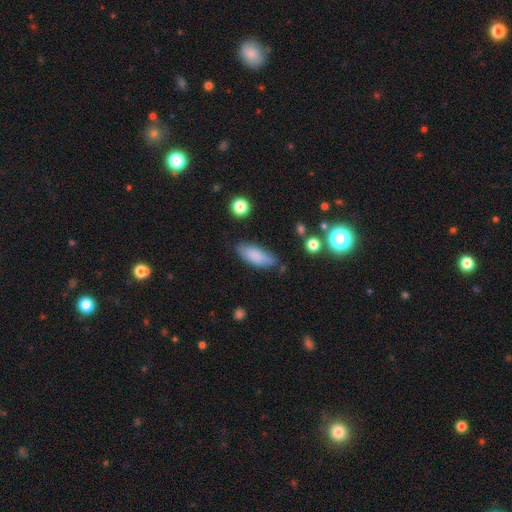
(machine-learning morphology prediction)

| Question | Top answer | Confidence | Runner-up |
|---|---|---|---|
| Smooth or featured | smooth | 83% | featured or disk (10%) |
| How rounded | in between | 74% | cigar-shaped (24%) |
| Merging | none | 72% | minor disturbance (20%) |